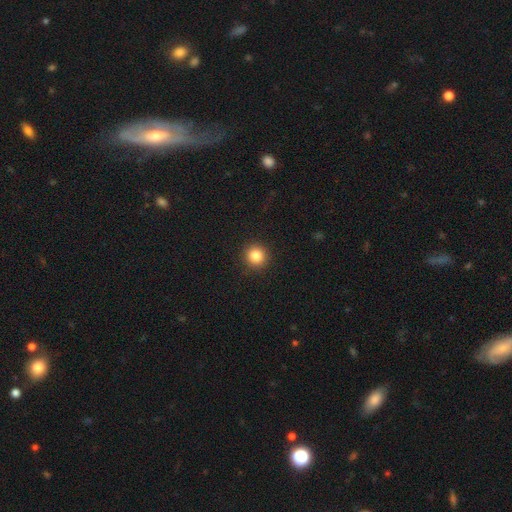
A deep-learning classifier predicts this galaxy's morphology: Smooth or featured? Predicted: smooth (p=0.84). How rounded? Predicted: round (p=0.94). Merging? Predicted: none (p=0.92).